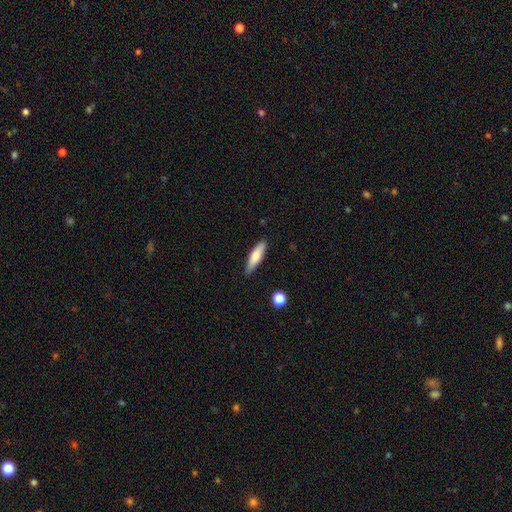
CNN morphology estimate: Smooth or featured? Predicted: smooth (p=0.71). How rounded? Predicted: cigar-shaped (p=0.66). Merging? Predicted: none (p=0.85).